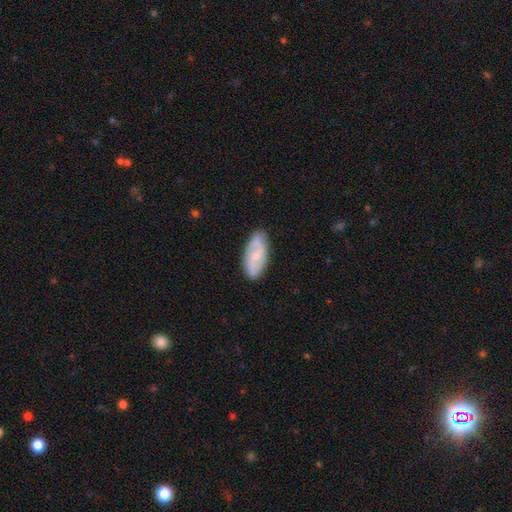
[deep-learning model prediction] The model was most divided on "bar": weak: 46%, no: 40%, strong: 13%. More confident: edge-on disk — no (93%); spiral arms — yes (83%); merging — none (81%); bulge size — small (59%); smooth or featured — featured or disk (56%).